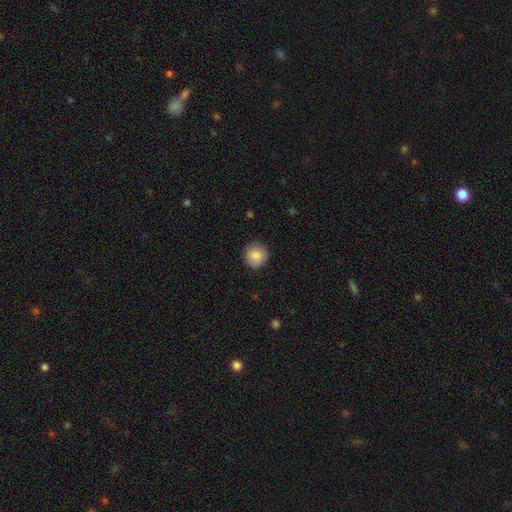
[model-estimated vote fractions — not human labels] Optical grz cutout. It shows a smooth galaxy with no disk features (85%) that is round (90%). Merging: none (87%).